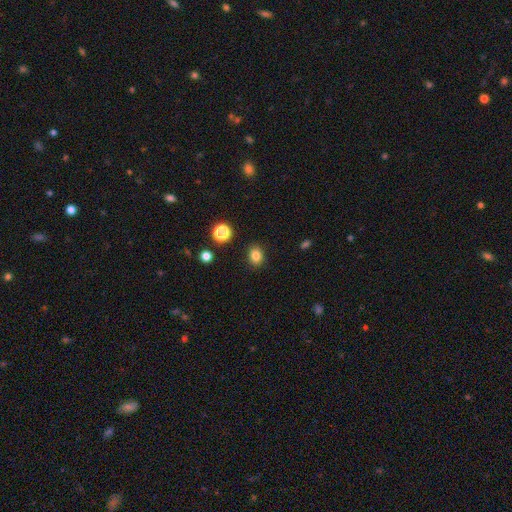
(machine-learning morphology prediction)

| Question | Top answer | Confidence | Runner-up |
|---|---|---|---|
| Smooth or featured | smooth | 82% | star or artifact (12%) |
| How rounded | round | 57% | in between (42%) |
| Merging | none | 88% | minor disturbance (8%) |